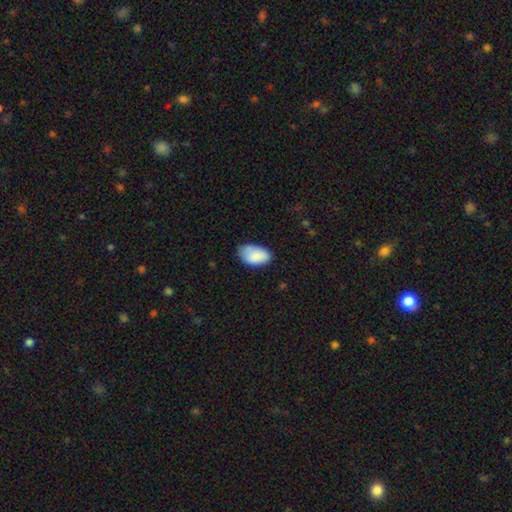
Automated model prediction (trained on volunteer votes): This appears to be a smooth galaxy with no disk features (86%) that is in between round and cigar-shaped (94%). Merging: none (61%).